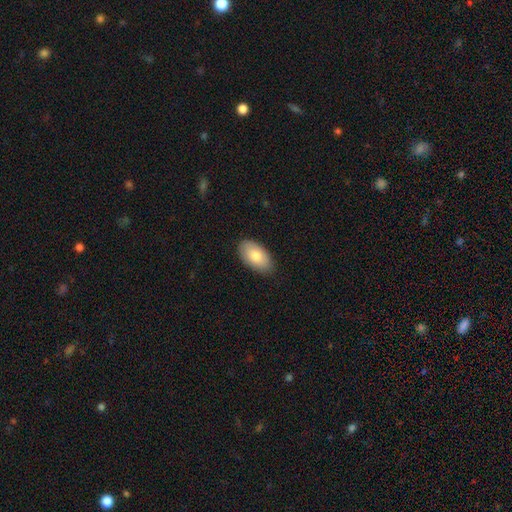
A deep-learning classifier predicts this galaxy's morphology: smooth_or_featured: smooth (p=0.82) [alt: featured or disk p=0.13]
how_rounded: in between (p=0.95) [alt: round p=0.03]
merging: none (p=0.82) [alt: minor disturbance p=0.14]